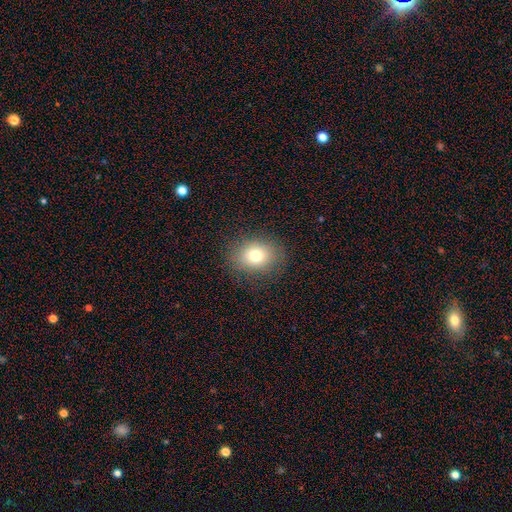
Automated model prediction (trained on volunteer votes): A smooth galaxy with no disk features (75%) that is round (59%).

Vote fractions:
- Smooth or featured? smooth: 75% / star or artifact: 13% / featured or disk: 12%
- How rounded? round: 59% / in between: 40% / cigar-shaped: 1%
- Merging? none: 85% / minor disturbance: 10% / major disturbance: 4% / merger: 1%